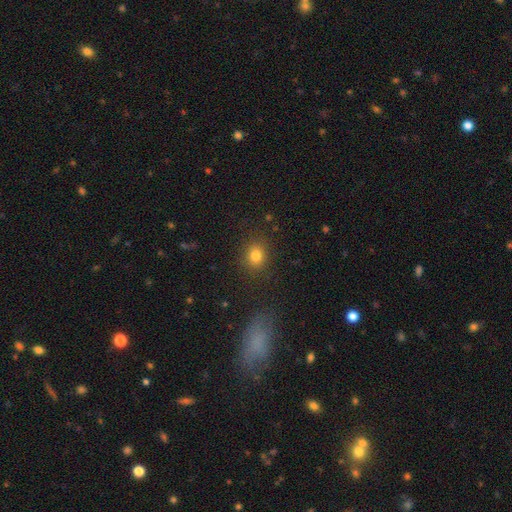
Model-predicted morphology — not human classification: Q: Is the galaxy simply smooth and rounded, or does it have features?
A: smooth — 81%.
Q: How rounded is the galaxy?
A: round — 62%.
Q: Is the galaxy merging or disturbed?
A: none — 86%.